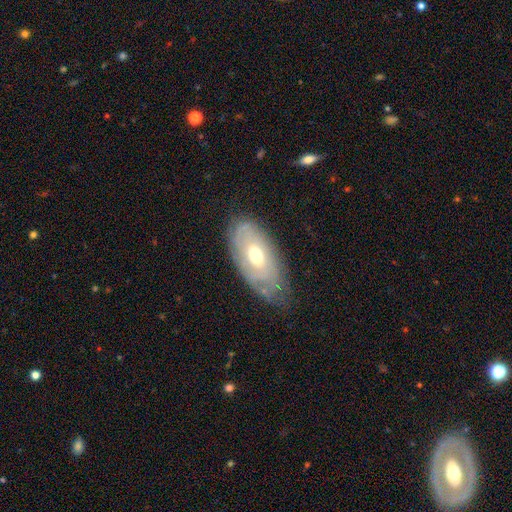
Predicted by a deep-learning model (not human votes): Overall: featured or disk (56%; smooth 37%). Edge-on disk: no (87%). Merging: none (63%; minor disturbance 27%).